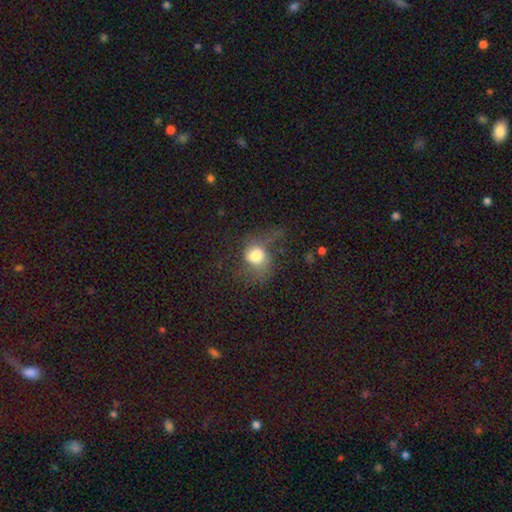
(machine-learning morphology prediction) type=smooth (67%); roundness=round (51%); merging=major disturbance (40%).